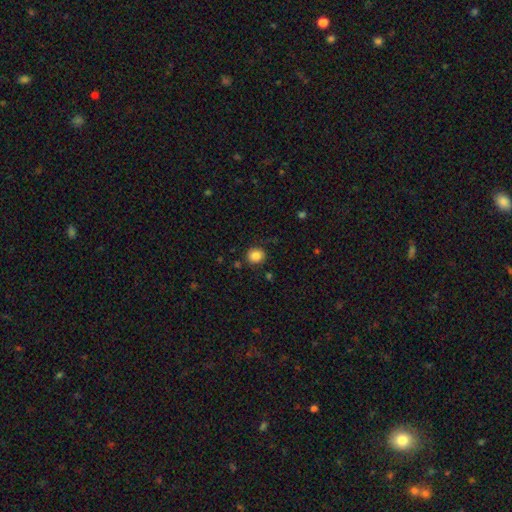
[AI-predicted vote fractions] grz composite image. It shows a smooth galaxy with no disk features (86%) that is round (81%). Merging: none (86%).